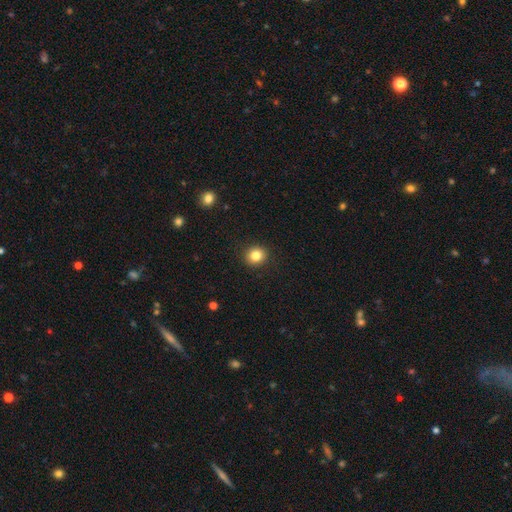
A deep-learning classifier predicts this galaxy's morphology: A smooth galaxy with no disk features (84%) that is round (85%). Merging: none (92%).